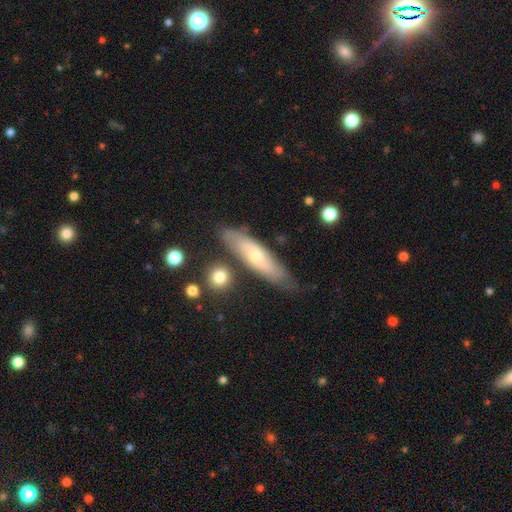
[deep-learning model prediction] Q: Smooth or featured?
A: featured or disk (51%); runner-up: smooth (43%)
Q: Edge-on disk?
A: no (57%); runner-up: yes (43%)
Q: Merging?
A: none (74%); runner-up: minor disturbance (17%)